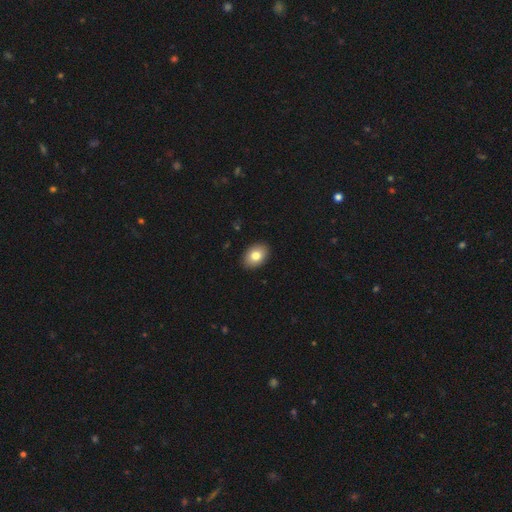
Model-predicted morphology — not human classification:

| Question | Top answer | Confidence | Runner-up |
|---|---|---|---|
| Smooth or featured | smooth | 81% | featured or disk (11%) |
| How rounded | in between | 81% | round (18%) |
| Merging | none | 91% | minor disturbance (7%) |